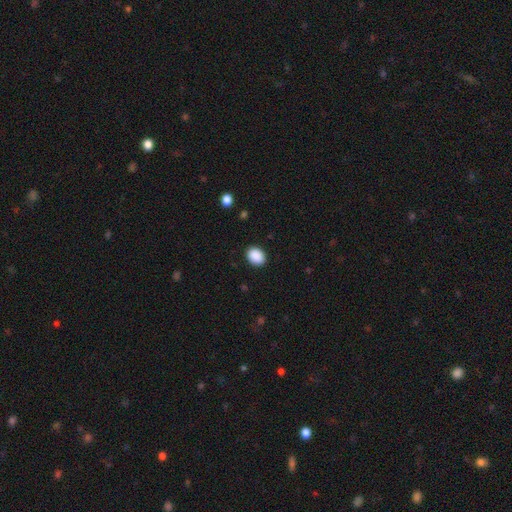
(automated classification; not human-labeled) Overall: smooth (90%). How rounded: in between (60%; round 40%). Merging: none (90%).